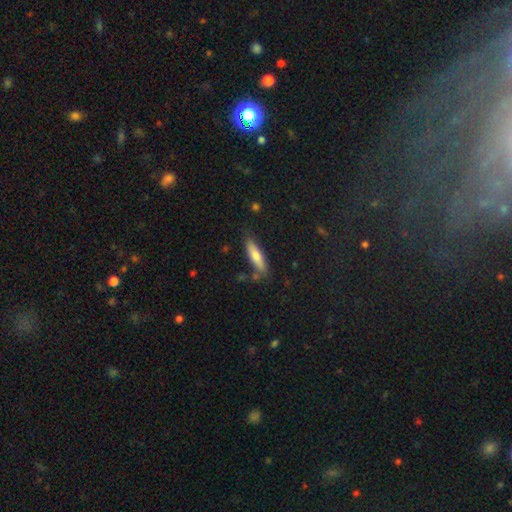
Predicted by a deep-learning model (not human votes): Smooth or featured: smooth — 72% (featured or disk — 21%)
How rounded: cigar-shaped — 71% (in between — 28%)
Merging: none — 78% (minor disturbance — 15%)